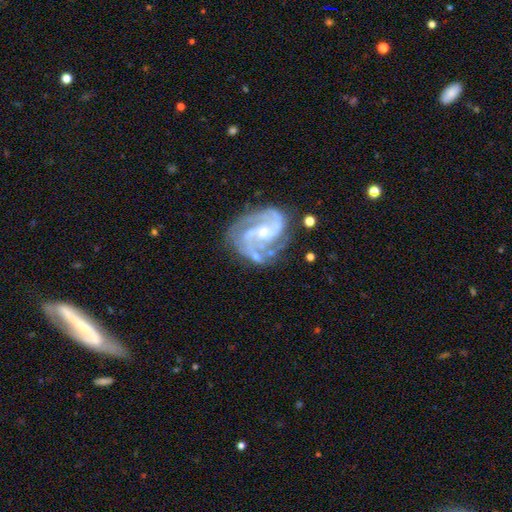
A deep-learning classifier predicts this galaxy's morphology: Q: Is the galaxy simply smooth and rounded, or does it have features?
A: featured or disk — 89%.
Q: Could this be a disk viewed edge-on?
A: no — 98%.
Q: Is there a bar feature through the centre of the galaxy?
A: no — 54%.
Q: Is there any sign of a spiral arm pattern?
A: yes — 97%.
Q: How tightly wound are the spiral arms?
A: medium — 52%.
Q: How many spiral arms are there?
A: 2 — 55%.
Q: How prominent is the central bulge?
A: small — 72%.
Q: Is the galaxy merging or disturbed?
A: none — 62%.